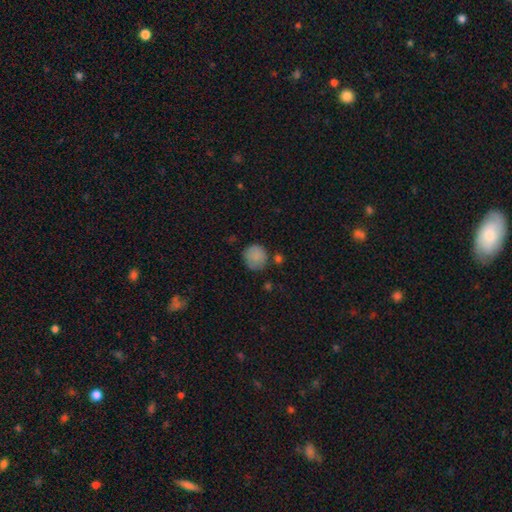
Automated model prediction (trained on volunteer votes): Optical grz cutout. It shows a smooth galaxy with no disk features (85%) that is round (88%). Merging: none (71%).